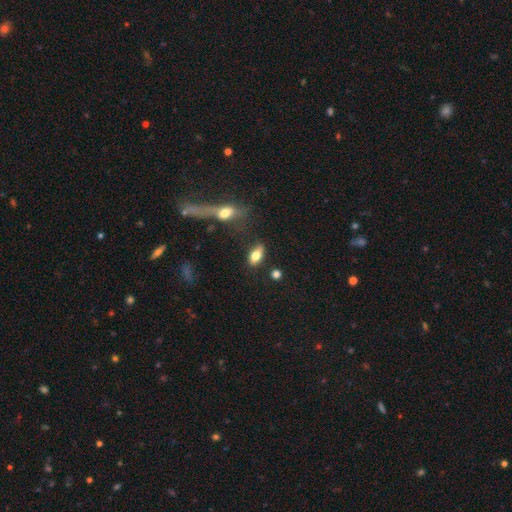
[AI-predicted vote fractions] Smooth or featured: smooth — 74% (featured or disk — 18%)
How rounded: in between — 84% (cigar-shaped — 10%)
Merging: none — 76% (minor disturbance — 13%)